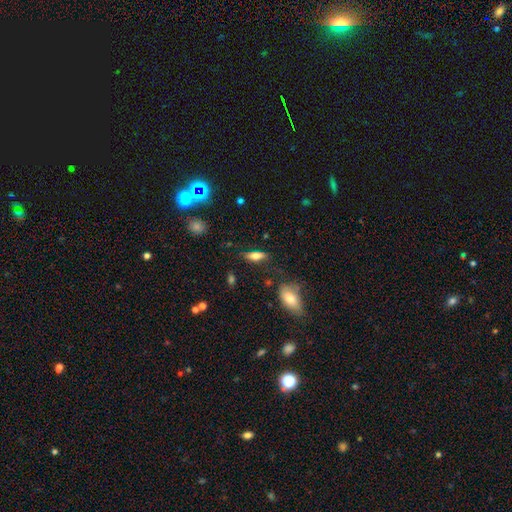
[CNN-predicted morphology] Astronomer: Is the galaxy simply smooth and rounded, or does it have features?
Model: smooth — 66%.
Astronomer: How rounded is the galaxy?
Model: in between — 64%.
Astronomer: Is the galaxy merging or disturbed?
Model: none — 76%.